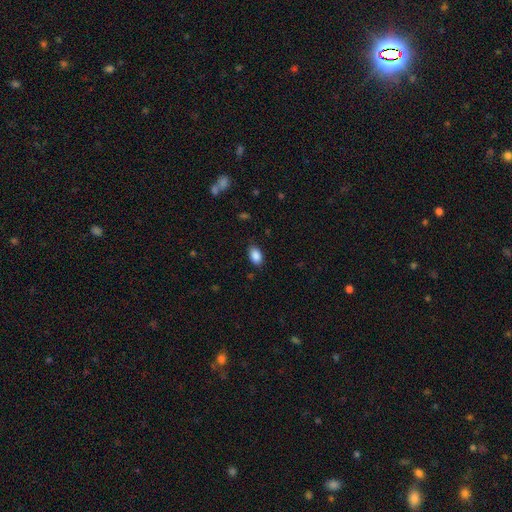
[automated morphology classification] smooth 89%, star or artifact 8%, featured or disk 4%. Down the decision tree: how rounded — in between (91%); merging — none (84%).